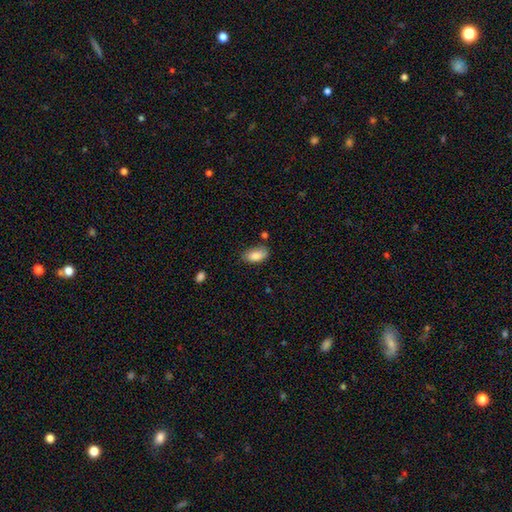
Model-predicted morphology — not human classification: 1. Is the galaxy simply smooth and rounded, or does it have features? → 85% smooth, 7% featured or disk, 7% star or artifact.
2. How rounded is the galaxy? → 92% in between, 4% cigar-shaped, 3% round.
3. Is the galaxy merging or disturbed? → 74% none, 19% minor disturbance, 4% merger, 4% major disturbance.